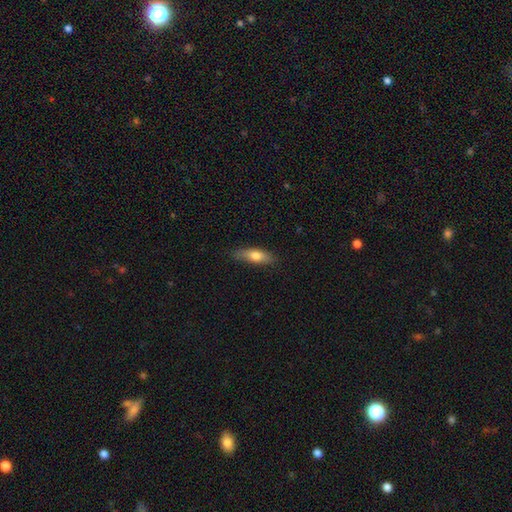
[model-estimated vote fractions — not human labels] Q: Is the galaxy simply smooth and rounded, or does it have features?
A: smooth — 70%.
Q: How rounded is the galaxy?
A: in between — 52%.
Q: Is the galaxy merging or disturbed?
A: none — 81%.